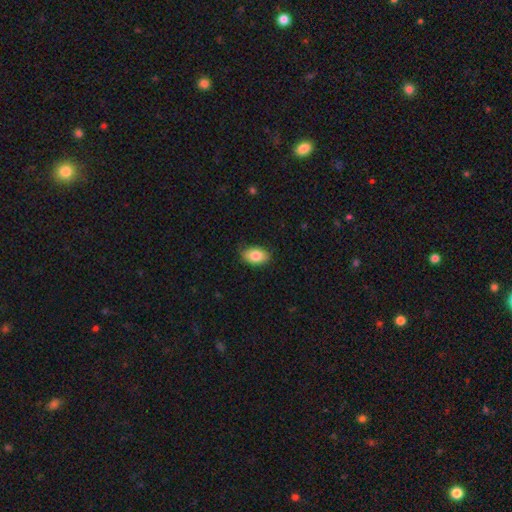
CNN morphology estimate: Smooth or featured? smooth (84%)
How rounded? in between (90%)
Merging? none (83%)